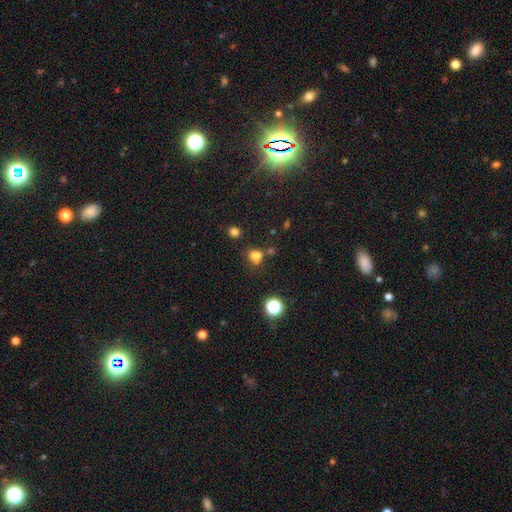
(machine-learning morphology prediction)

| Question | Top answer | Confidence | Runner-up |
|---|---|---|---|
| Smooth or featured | smooth | 70% | star or artifact (22%) |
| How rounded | round | 55% | in between (43%) |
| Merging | none | 52% | merger (26%) |